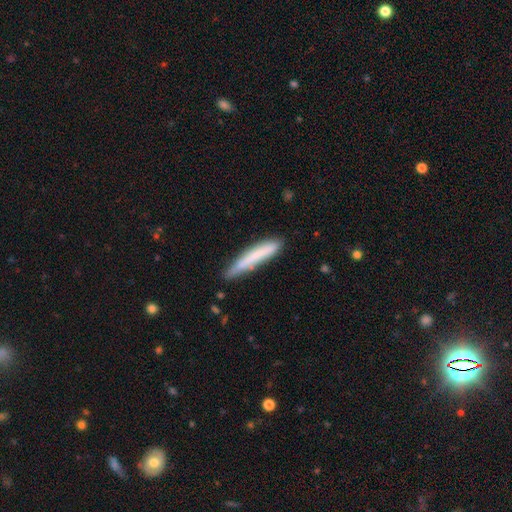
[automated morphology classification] This is likely a smooth galaxy (71%). How rounded: clearly cigar-shaped (94%). Merging: likely none (74%).